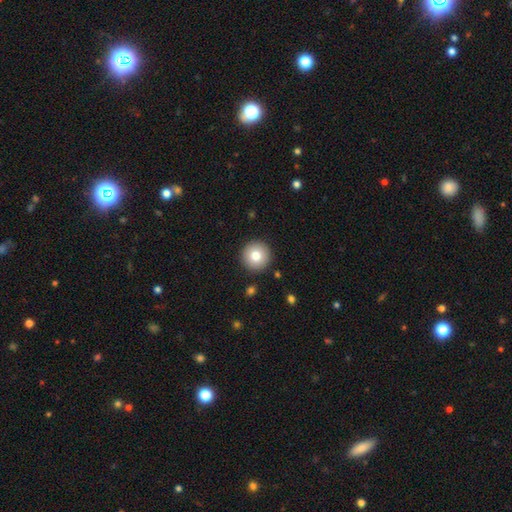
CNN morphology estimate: A smooth galaxy with no disk features (78%) that is round (96%). Merging: none (91%).